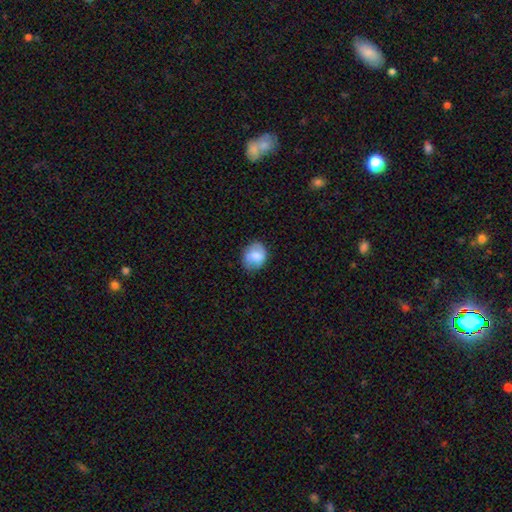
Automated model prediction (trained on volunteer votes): Q: Smooth or featured?
A: smooth (72%); runner-up: featured or disk (20%)
Q: How rounded?
A: round (60%); runner-up: in between (39%)
Q: Merging?
A: none (75%); runner-up: minor disturbance (19%)